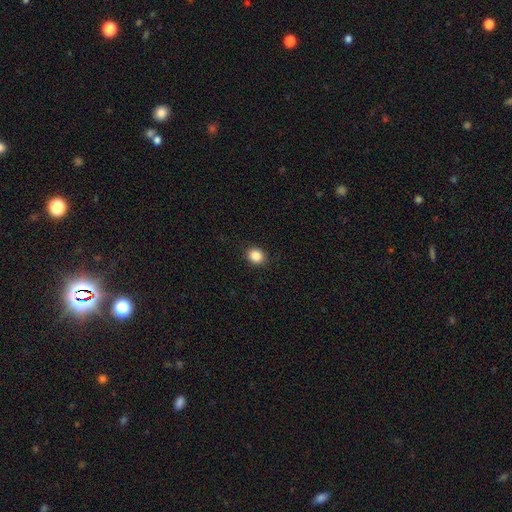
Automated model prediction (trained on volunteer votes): Morphology: type=smooth (87%); roundness=round (71%); merging=none (90%).